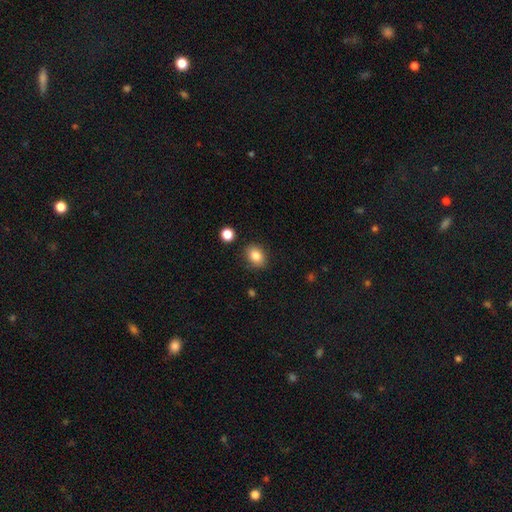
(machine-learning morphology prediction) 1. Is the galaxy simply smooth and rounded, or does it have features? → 85% smooth, 9% star or artifact, 6% featured or disk.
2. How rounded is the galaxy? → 62% in between, 37% round, 1% cigar-shaped.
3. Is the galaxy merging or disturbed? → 85% none, 10% minor disturbance, 3% major disturbance, 2% merger.